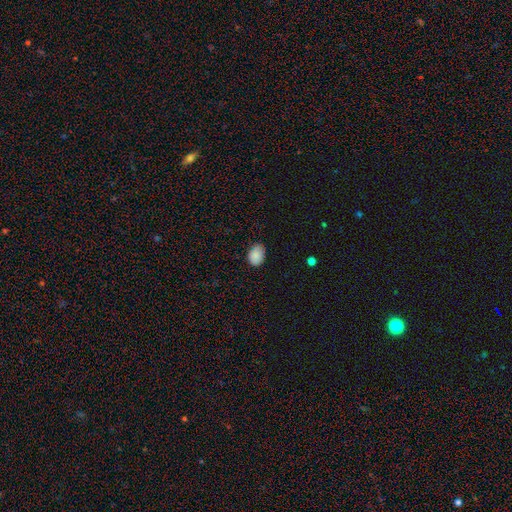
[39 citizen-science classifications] Smooth or featured?
  - smooth: 87% *
  - star or artifact: 10%
  - featured or disk: 3%
How rounded?
  - in between: 65% *
  - round: 35%
  - cigar-shaped: 0%
Merging?
  - none: 74% *
  - minor disturbance: 20%
  - major disturbance: 6%
  - merger: 0%